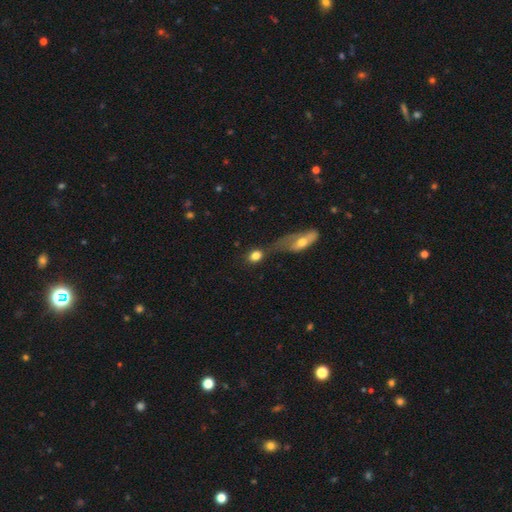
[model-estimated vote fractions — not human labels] A smooth galaxy with no disk features (80%) that is in between round and cigar-shaped (49%). Merging: none (42%).